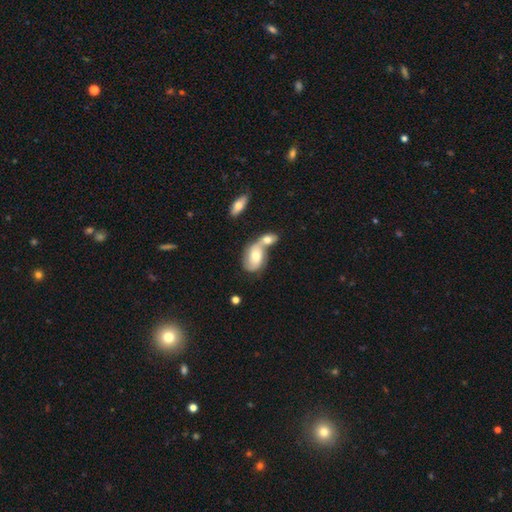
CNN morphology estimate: featured or disk 48%, smooth 45%, star or artifact 7%. Down the decision tree: merging — merger (65%).